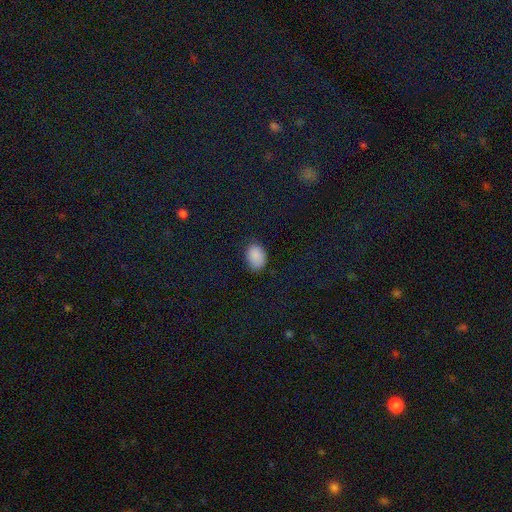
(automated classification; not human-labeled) The model was most divided on "how rounded": in between: 77%, round: 22%, cigar-shaped: 1%. More confident: smooth or featured — smooth (88%); merging — none (81%).